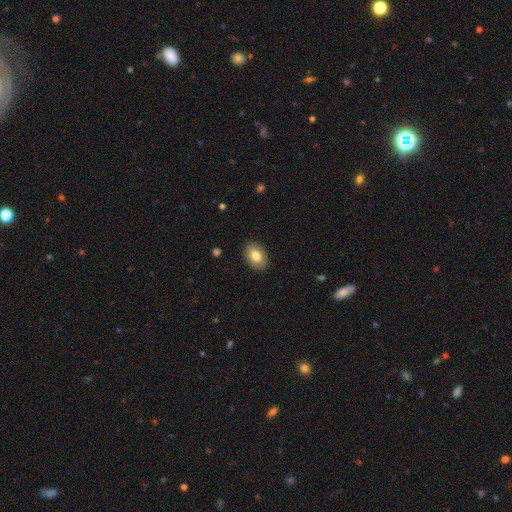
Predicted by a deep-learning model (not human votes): smooth-or-featured: smooth: 77% | featured or disk: 16% | star or artifact: 7%
  how-rounded: in between: 83% | round: 16% | cigar-shaped: 1%
  merging: none: 87% | minor disturbance: 9% | major disturbance: 2% | merger: 1%